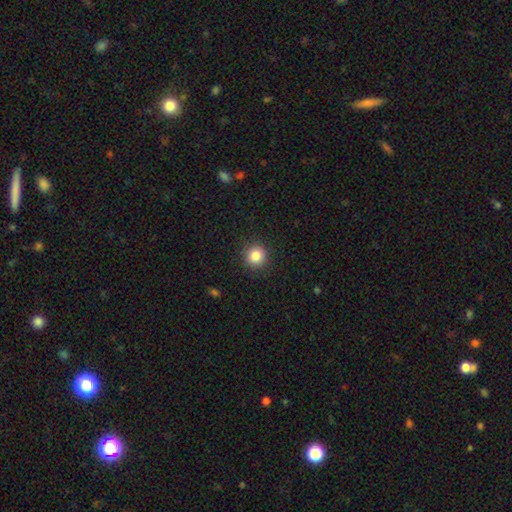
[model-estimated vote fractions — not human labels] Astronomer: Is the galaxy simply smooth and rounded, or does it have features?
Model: smooth — 84%.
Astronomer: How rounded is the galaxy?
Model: round — 92%.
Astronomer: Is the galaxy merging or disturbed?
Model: none — 91%.